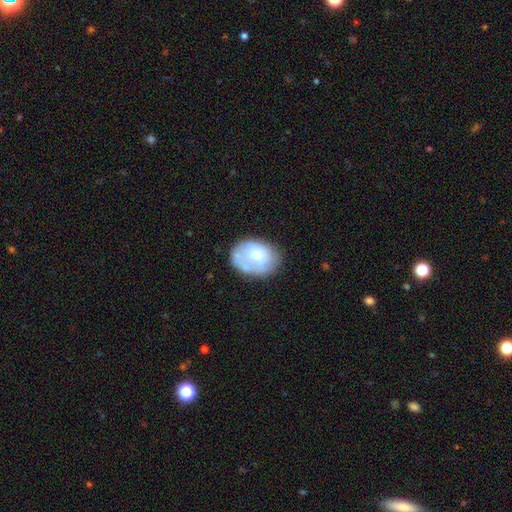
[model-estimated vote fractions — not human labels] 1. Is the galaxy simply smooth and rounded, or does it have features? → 60% smooth, 32% featured or disk, 8% star or artifact.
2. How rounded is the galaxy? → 70% in between, 30% round, 1% cigar-shaped.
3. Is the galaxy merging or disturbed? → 55% none, 26% minor disturbance, 12% major disturbance, 7% merger.